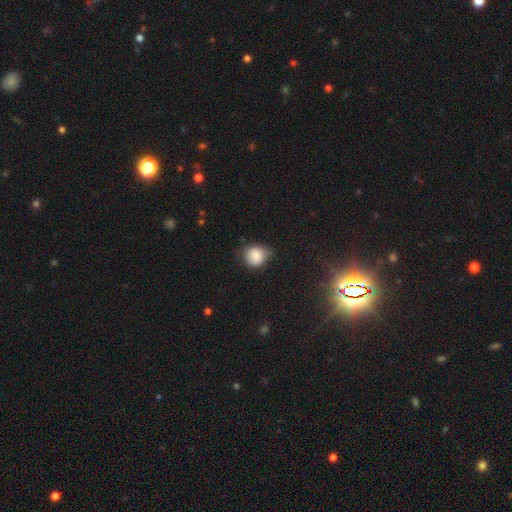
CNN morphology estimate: smooth-or-featured: smooth: 80% | featured or disk: 10% | star or artifact: 10%
  how-rounded: round: 77% | in between: 22% | cigar-shaped: 1%
  merging: none: 61% | minor disturbance: 30% | major disturbance: 7% | merger: 2%